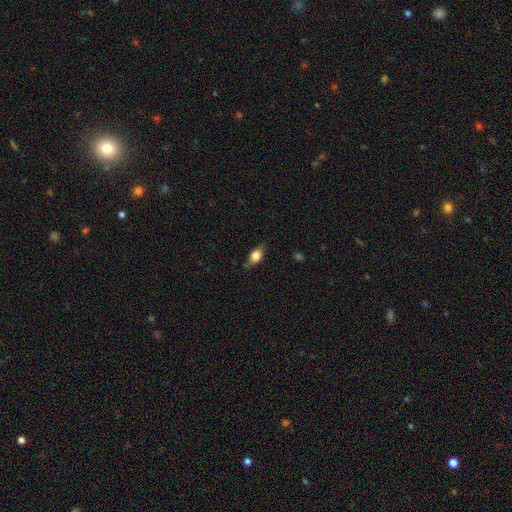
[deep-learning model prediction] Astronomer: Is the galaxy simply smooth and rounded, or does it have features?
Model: smooth — 72%.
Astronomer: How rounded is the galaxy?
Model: in between — 81%.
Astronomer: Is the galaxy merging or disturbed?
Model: none — 74%.